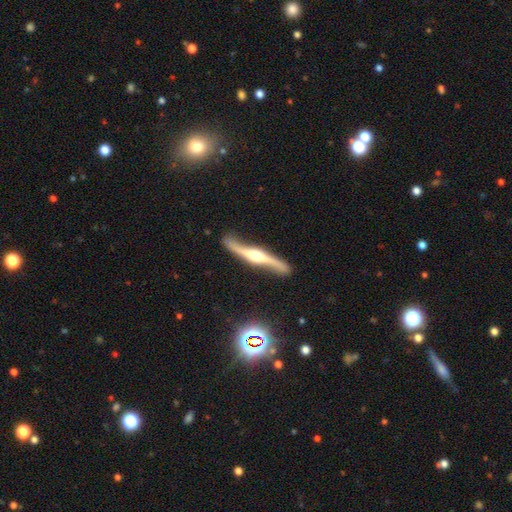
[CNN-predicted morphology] The model was most divided on "edge-on disk": yes: 74%, no: 26%. More confident: edge-on bulge — rounded (89%); smooth or featured — featured or disk (85%); merging — none (79%).